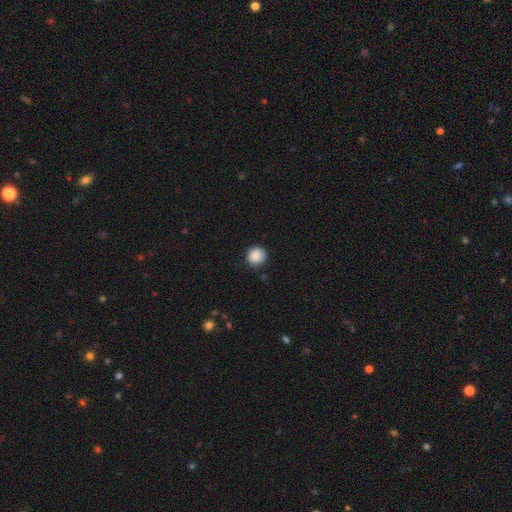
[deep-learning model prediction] Smooth or featured: smooth — 89% (star or artifact — 9%)
How rounded: round — 91% (in between — 8%)
Merging: none — 88% (minor disturbance — 8%)